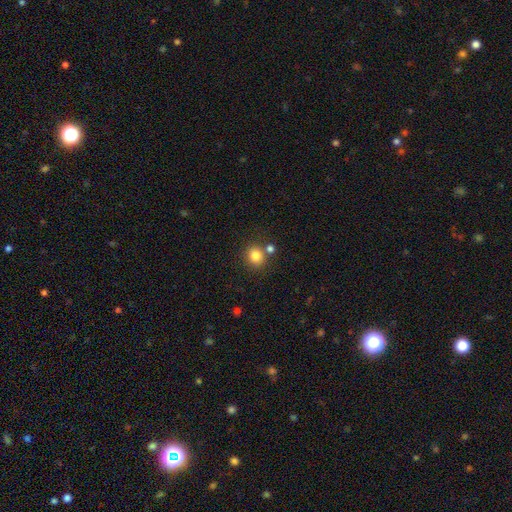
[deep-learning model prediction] Morphology: type=smooth (82%); roundness=round (80%); merging=none (74%).